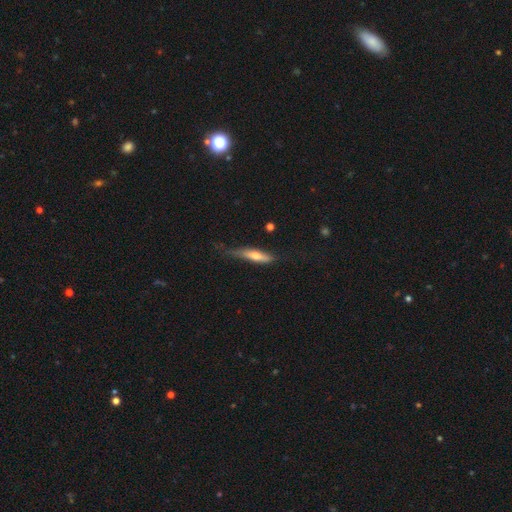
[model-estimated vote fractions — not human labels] A smooth galaxy with no disk features (55%) that is cigar-shaped (78%). Merging: none (55%).